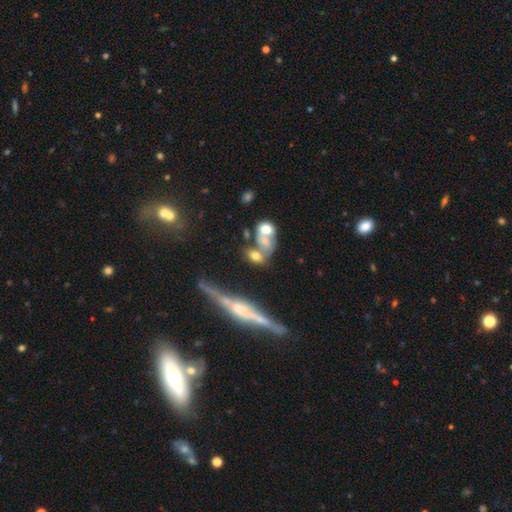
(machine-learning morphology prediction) This appears to be a smooth galaxy with no disk features (56%) that is in between round and cigar-shaped (69%). Merging: merger (53%).